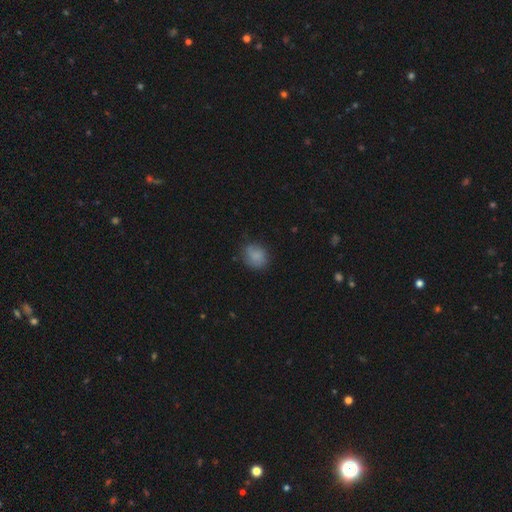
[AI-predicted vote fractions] Smooth or featured? Predicted: smooth (p=0.79). How rounded? Predicted: round (p=0.57). Merging? Predicted: none (p=0.67).